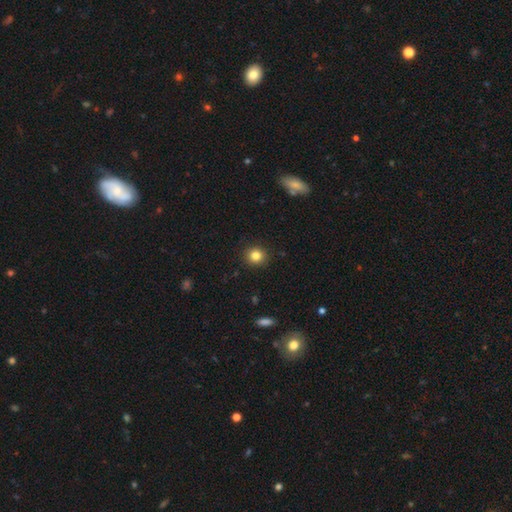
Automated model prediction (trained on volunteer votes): Smooth or featured?
  - smooth: 83% *
  - star or artifact: 11%
  - featured or disk: 6%
How rounded?
  - round: 89% *
  - in between: 10%
  - cigar-shaped: 1%
Merging?
  - none: 91% *
  - minor disturbance: 6%
  - major disturbance: 2%
  - merger: 1%